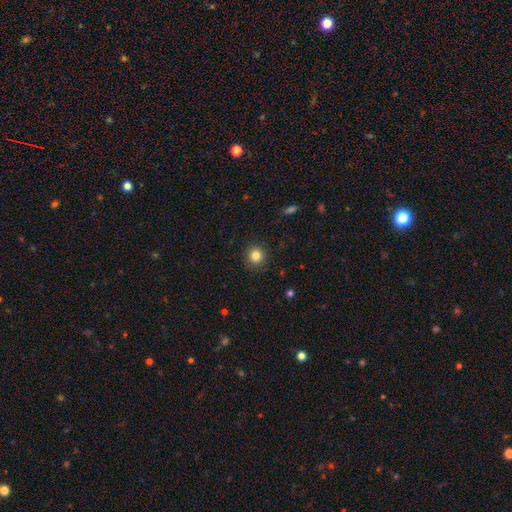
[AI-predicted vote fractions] Smooth or featured: smooth — 83% (star or artifact — 11%)
How rounded: round — 92% (in between — 7%)
Merging: none — 90% (minor disturbance — 7%)